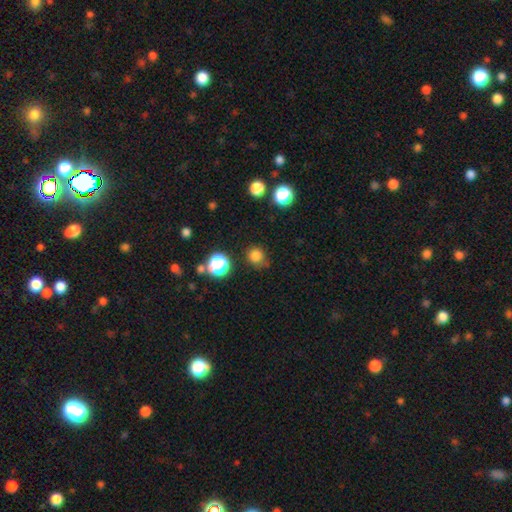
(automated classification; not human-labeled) This is likely a smooth galaxy (79%). How rounded: clearly round (91%). Merging: likely none (79%).